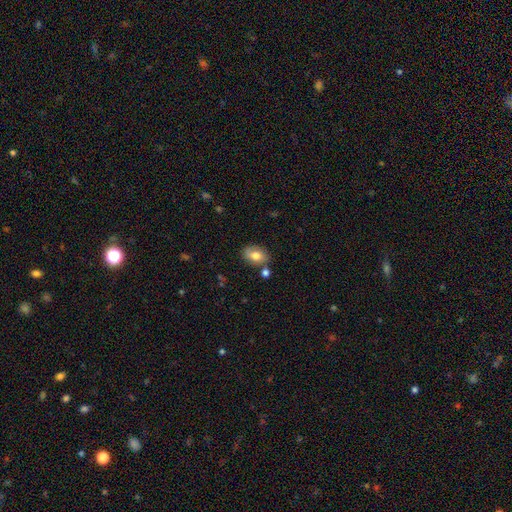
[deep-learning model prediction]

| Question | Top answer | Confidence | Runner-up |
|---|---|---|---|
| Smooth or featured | smooth | 72% | featured or disk (20%) |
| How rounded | in between | 83% | round (16%) |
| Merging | none | 71% | minor disturbance (17%) |